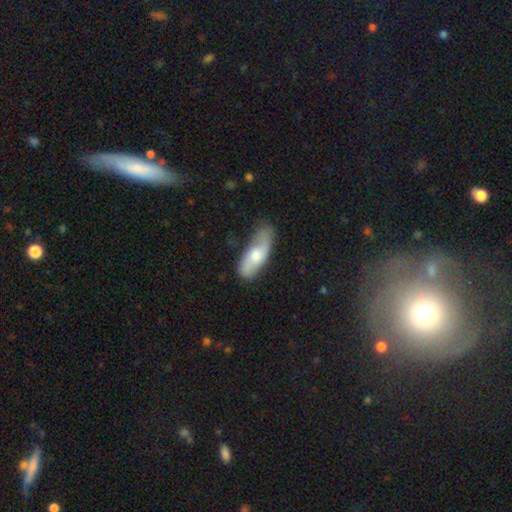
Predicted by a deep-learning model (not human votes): A smooth galaxy with no disk features (50%) that is in between round and cigar-shaped (65%).

Vote fractions:
- Smooth or featured? smooth: 50% / featured or disk: 44% / star or artifact: 6%
- How rounded? in between: 65% / cigar-shaped: 32% / round: 3%
- Merging? none: 66% / minor disturbance: 25% / major disturbance: 6% / merger: 2%